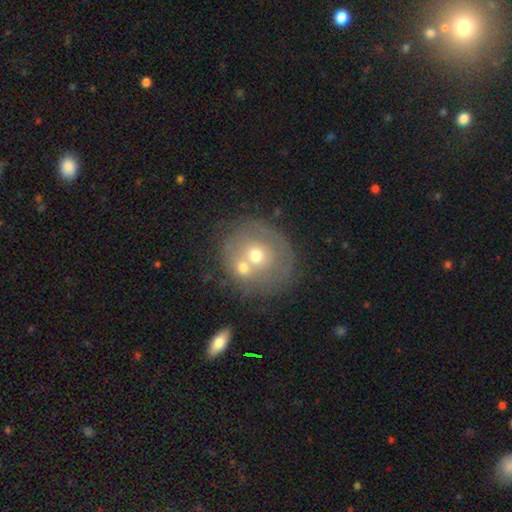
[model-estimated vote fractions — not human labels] Morphology: type=smooth (51%); roundness=round (82%); merging=none (44%).